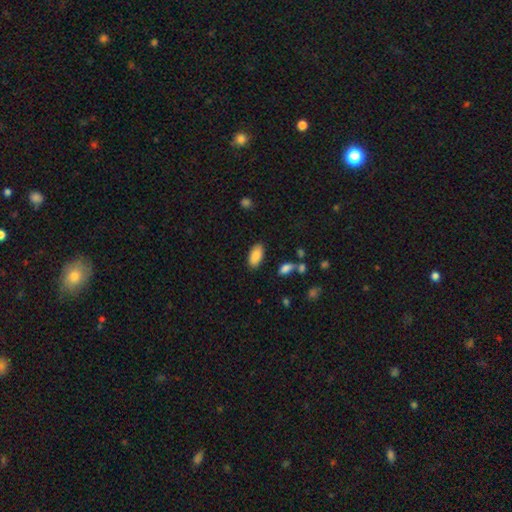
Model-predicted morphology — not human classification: Smooth or featured: smooth — 88% (star or artifact — 7%)
How rounded: in between — 93% (cigar-shaped — 5%)
Merging: none — 86% (minor disturbance — 9%)